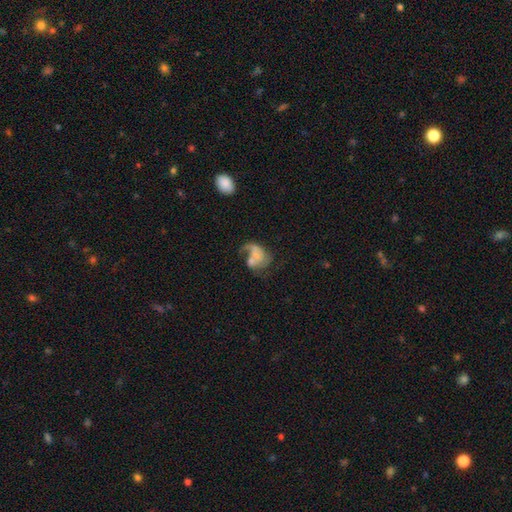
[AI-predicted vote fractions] Smooth or featured?
  - featured or disk: 53% *
  - smooth: 37%
  - star or artifact: 10%
Edge-on disk?
  - no: 98% *
  - yes: 2%
Bar?
  - no: 73% *
  - weak: 21%
  - strong: 6%
Spiral arms?
  - yes: 68% *
  - no: 32%
Bulge size?
  - none: 52% *
  - small: 23%
  - moderate: 14%
  - large: 8%
  - dominant: 3%
Merging?
  - major disturbance: 36% *
  - merger: 27%
  - none: 22%
  - minor disturbance: 15%